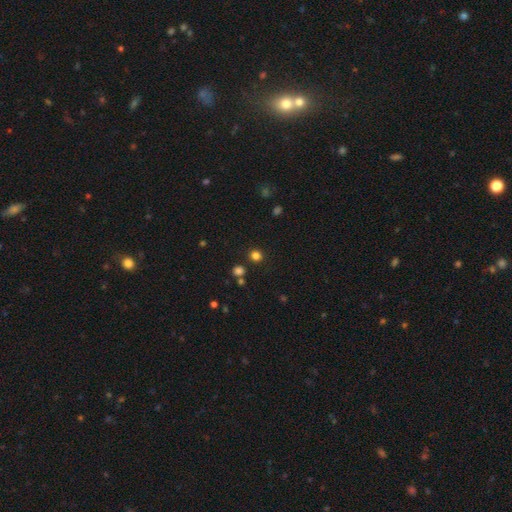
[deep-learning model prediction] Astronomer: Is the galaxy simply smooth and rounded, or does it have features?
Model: smooth — 80%.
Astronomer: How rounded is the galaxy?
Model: round — 91%.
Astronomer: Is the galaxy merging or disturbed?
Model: none — 87%.